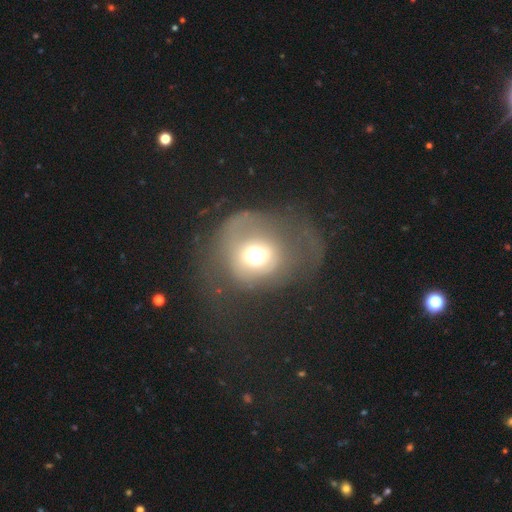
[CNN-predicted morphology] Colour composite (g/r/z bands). It shows a smooth galaxy with no disk features (51%) that is round (83%). Merging: major disturbance (42%).